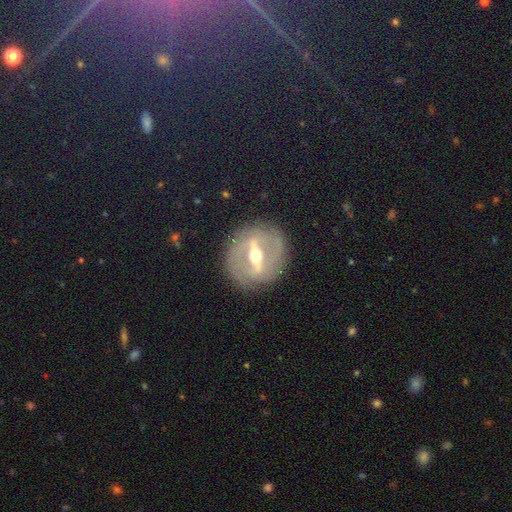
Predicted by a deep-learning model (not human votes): Morphology: type=featured or disk (80%); edge-on=no (70%); bar=strong (76%); spiral arms=no (63%); bulge=moderate (74%); merging=none (85%).